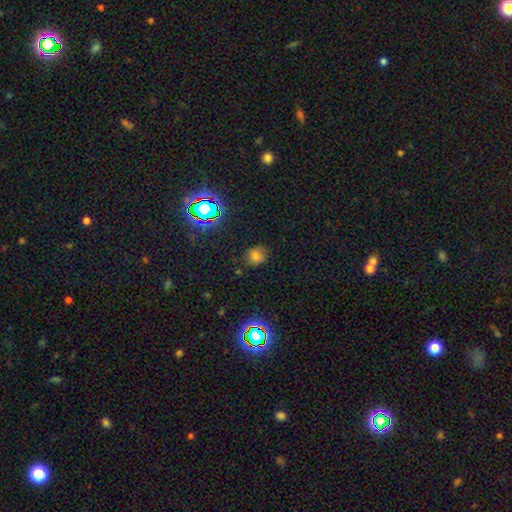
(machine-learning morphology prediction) type=smooth (69%); roundness=round (70%); merging=none (74%).